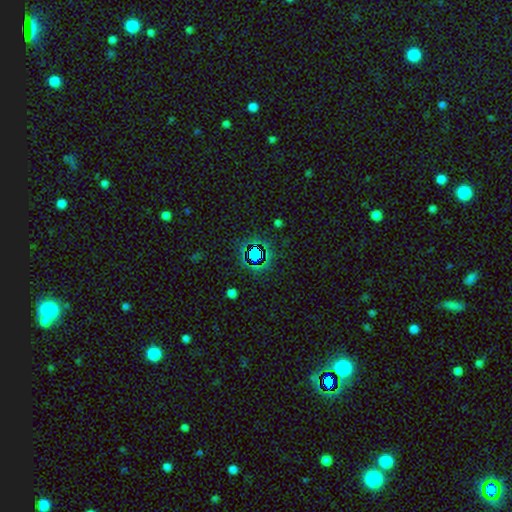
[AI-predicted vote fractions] This appears to be a star or artifact, not a galaxy (69%).